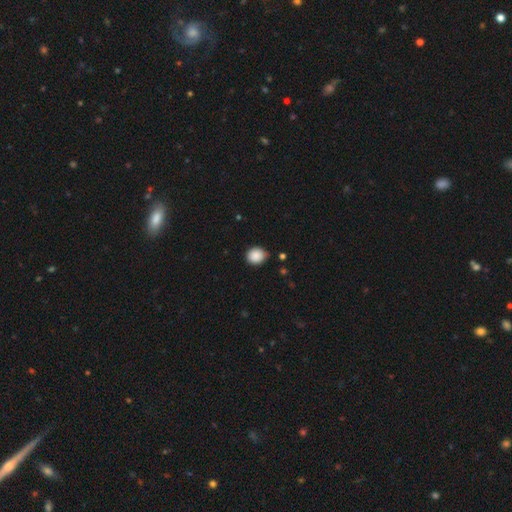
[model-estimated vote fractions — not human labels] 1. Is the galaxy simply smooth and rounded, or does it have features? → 89% smooth, 8% star or artifact, 3% featured or disk.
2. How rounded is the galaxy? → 73% round, 26% in between, 1% cigar-shaped.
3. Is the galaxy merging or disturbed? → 82% none, 14% minor disturbance, 2% major disturbance, 2% merger.